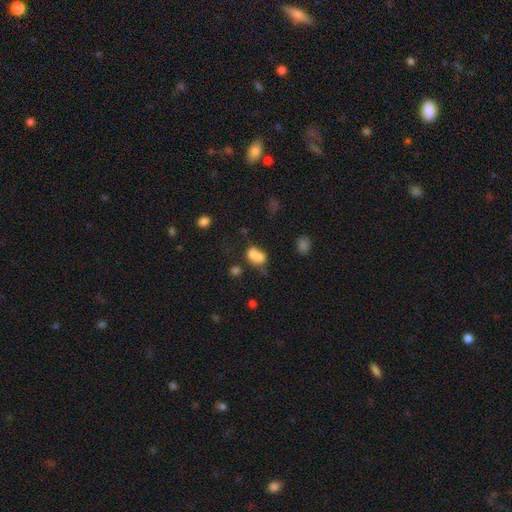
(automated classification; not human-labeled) smooth_or_featured: smooth (p=0.70) [alt: featured or disk p=0.18]
how_rounded: in between (p=0.53) [alt: round p=0.46]
merging: merger (p=0.61) [alt: none p=0.22]